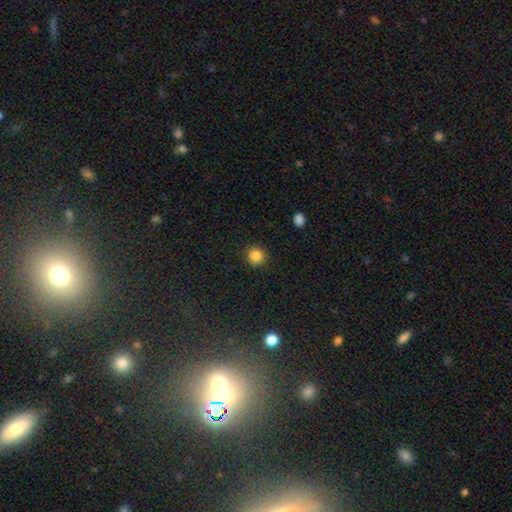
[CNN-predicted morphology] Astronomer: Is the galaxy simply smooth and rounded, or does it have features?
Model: smooth — 85%.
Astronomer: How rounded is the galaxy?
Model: round — 93%.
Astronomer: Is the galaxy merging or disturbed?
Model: none — 90%.